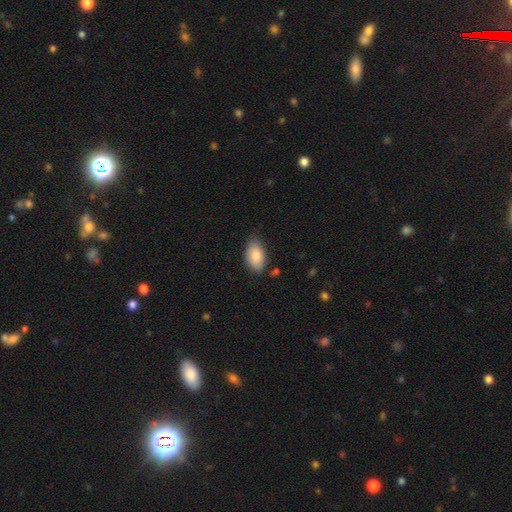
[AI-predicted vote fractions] A smooth galaxy with no disk features (84%) that is in between round and cigar-shaped (93%).

Vote fractions:
- Smooth or featured? smooth: 84% / featured or disk: 9% / star or artifact: 7%
- How rounded? in between: 93% / round: 5% / cigar-shaped: 2%
- Merging? none: 72% / minor disturbance: 22% / major disturbance: 4% / merger: 2%